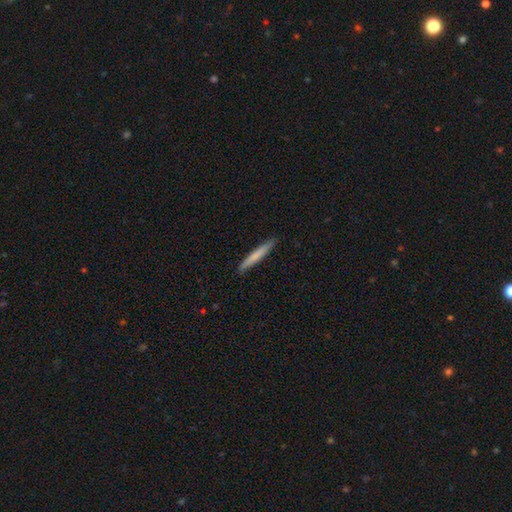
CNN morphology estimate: Q: Smooth or featured?
A: smooth (70%); runner-up: featured or disk (25%)
Q: How rounded?
A: cigar-shaped (96%); runner-up: in between (3%)
Q: Merging?
A: none (90%); runner-up: minor disturbance (7%)